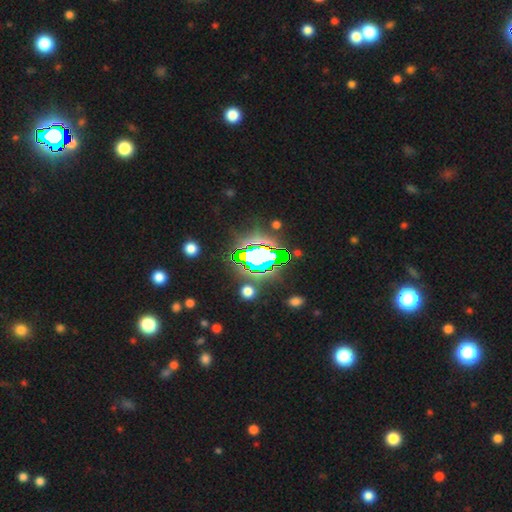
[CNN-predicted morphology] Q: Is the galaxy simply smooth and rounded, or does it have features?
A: star or artifact — 66%.